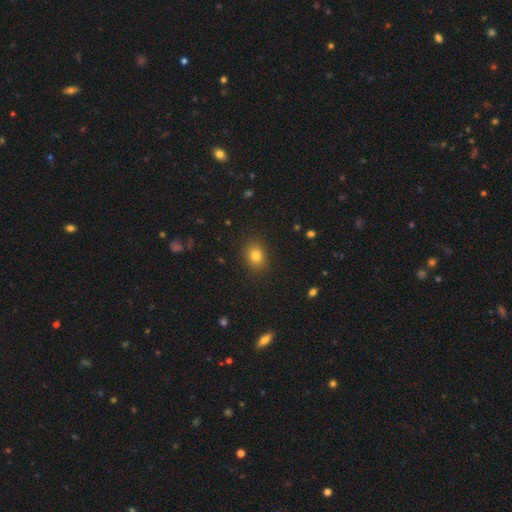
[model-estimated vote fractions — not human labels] Overall: smooth (80%). How rounded: in between (55%; round 44%). Merging: none (89%).